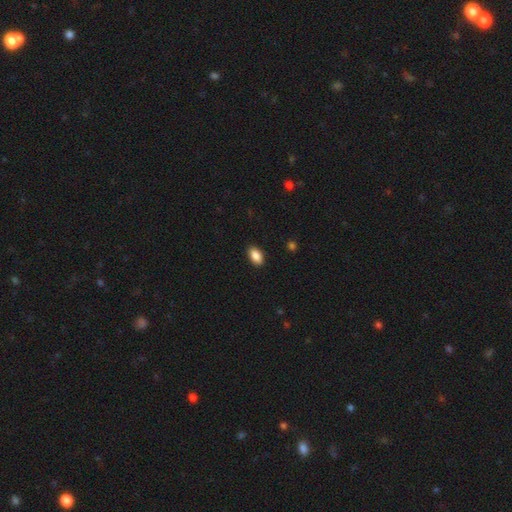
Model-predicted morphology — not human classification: The model was most divided on "smooth or featured": smooth: 88%, star or artifact: 8%, featured or disk: 4%. More confident: how rounded — in between (93%); merging — none (90%).